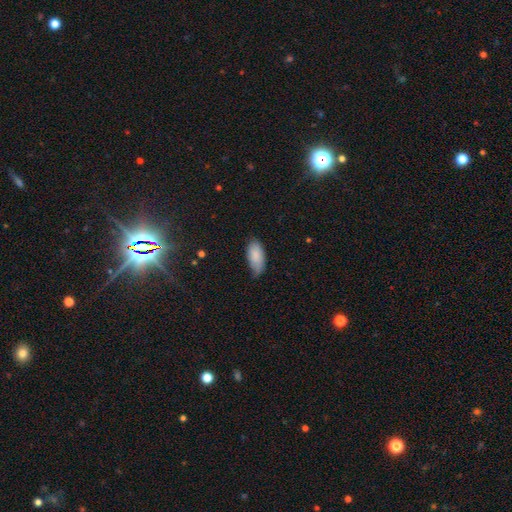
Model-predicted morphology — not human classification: smooth 85%, featured or disk 9%, star or artifact 6%. Down the decision tree: how rounded — in between (92%); merging — none (56%).